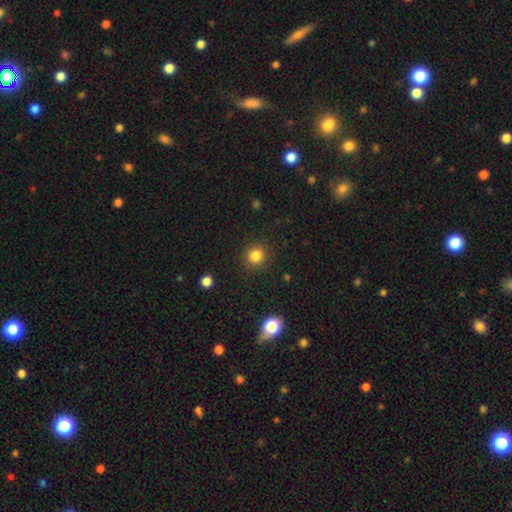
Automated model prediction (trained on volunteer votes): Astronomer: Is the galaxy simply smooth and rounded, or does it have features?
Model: smooth — 84%.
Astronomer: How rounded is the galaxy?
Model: round — 90%.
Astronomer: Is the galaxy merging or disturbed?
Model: none — 90%.